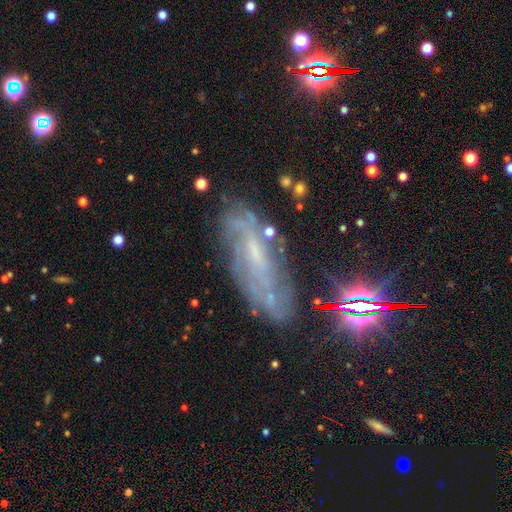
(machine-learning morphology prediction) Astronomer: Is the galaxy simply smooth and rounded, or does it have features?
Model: featured or disk — 66%.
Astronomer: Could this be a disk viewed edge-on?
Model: no — 78%.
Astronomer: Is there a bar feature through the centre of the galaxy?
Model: weak — 45% (runner-up: no, 36%).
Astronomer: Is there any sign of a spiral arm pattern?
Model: yes — 80%.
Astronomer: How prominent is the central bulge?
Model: small — 57%.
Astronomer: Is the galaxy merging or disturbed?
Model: none — 73%.